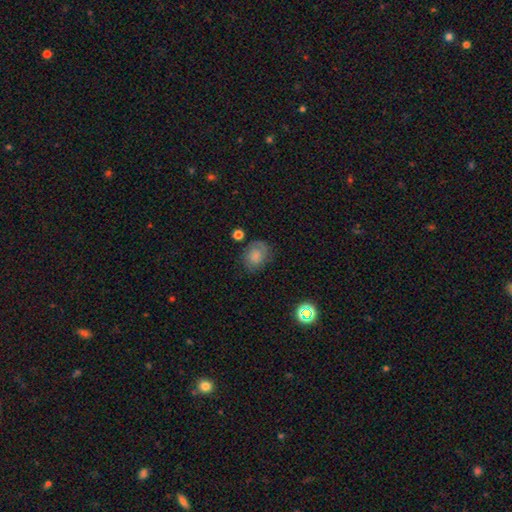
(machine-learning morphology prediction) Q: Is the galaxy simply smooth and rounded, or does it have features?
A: smooth — 54%.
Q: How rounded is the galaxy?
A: round — 56%.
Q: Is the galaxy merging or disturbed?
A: none — 69%.